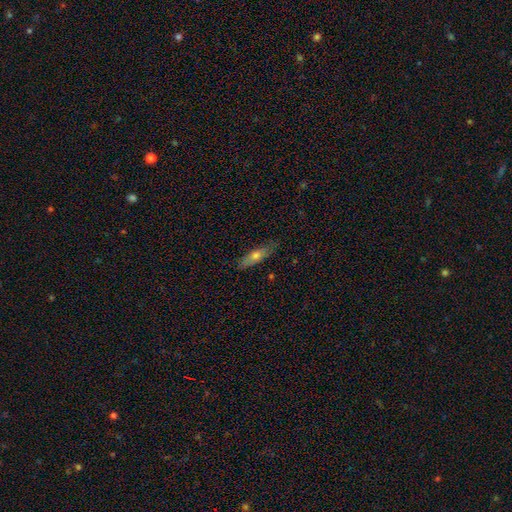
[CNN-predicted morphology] Q: Smooth or featured?
A: smooth (58%); runner-up: featured or disk (35%)
Q: How rounded?
A: cigar-shaped (64%); runner-up: in between (34%)
Q: Merging?
A: none (80%); runner-up: minor disturbance (16%)